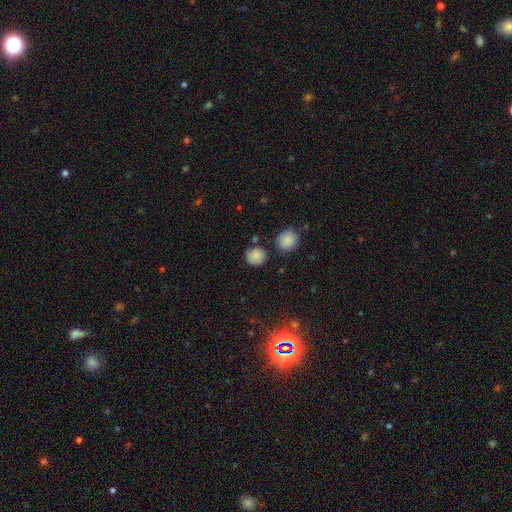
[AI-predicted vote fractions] Smooth or featured? Predicted: smooth (p=0.83). How rounded? Predicted: round (p=0.86). Merging? Predicted: none (p=0.74).